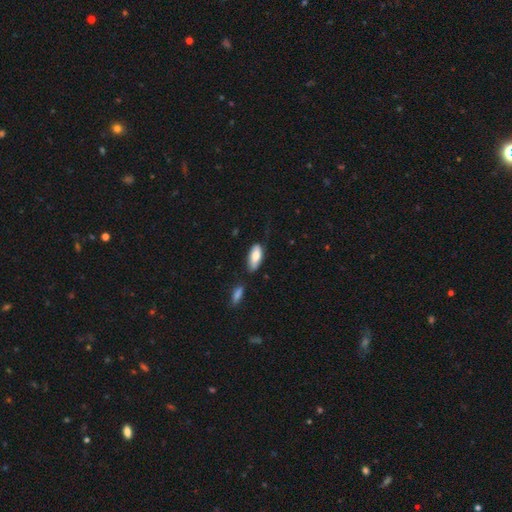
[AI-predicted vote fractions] Morphology: type=smooth (78%); roundness=in between (79%); merging=none (65%).